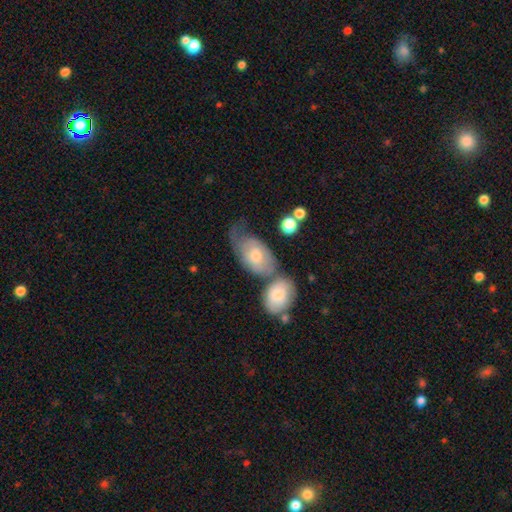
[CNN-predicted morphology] Smooth or featured?
  - smooth: 55% *
  - featured or disk: 38%
  - star or artifact: 7%
How rounded?
  - in between: 86% *
  - round: 11%
  - cigar-shaped: 2%
Merging?
  - merger: 34% *
  - none: 24%
  - minor disturbance: 22%
  - major disturbance: 20%